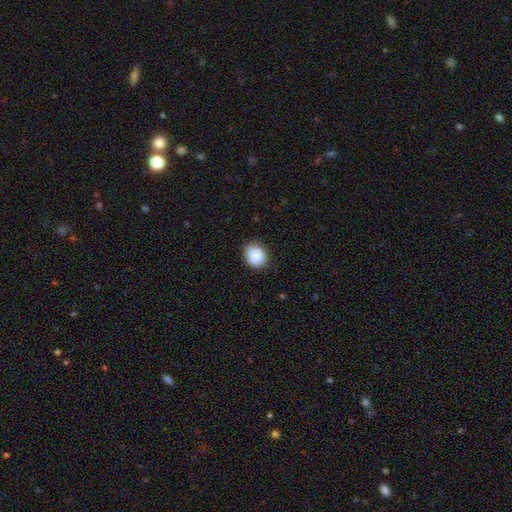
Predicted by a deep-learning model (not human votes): smooth_or_featured: smooth (p=0.81) [alt: featured or disk p=0.11]
how_rounded: round (p=0.51) [alt: in between p=0.48]
merging: none (p=0.77) [alt: minor disturbance p=0.18]